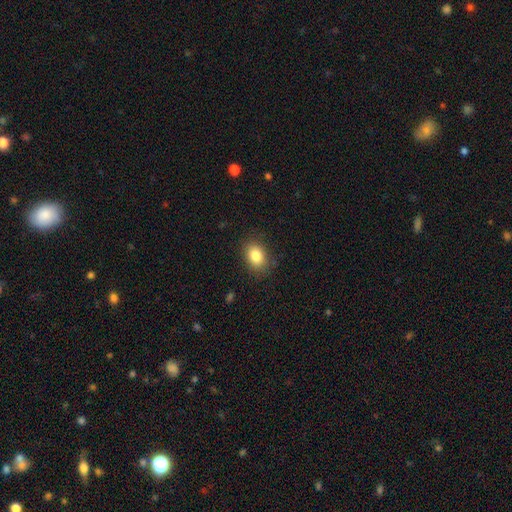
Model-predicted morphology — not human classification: The model was most divided on "how rounded": in between: 66%, round: 33%, cigar-shaped: 1%. More confident: merging — none (84%); smooth or featured — smooth (84%).